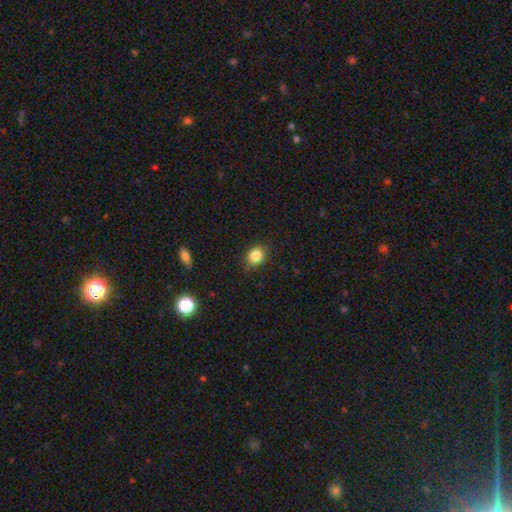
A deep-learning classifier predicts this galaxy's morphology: This appears to be a smooth galaxy with no disk features (85%) that is round (52%). Merging: none (85%).